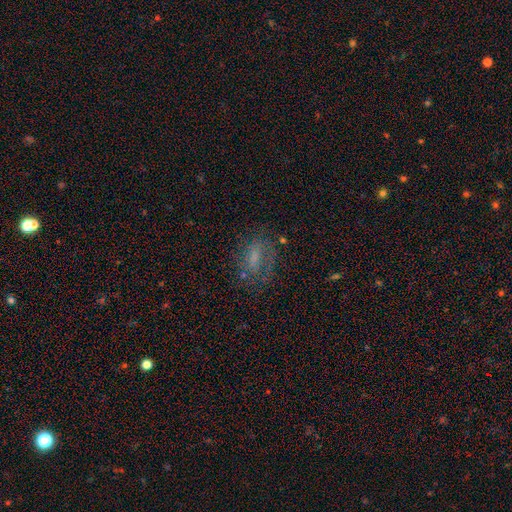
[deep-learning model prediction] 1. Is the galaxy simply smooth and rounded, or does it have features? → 43% smooth, 39% featured or disk, 18% star or artifact.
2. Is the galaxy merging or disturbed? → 60% none, 21% minor disturbance, 17% major disturbance, 3% merger.